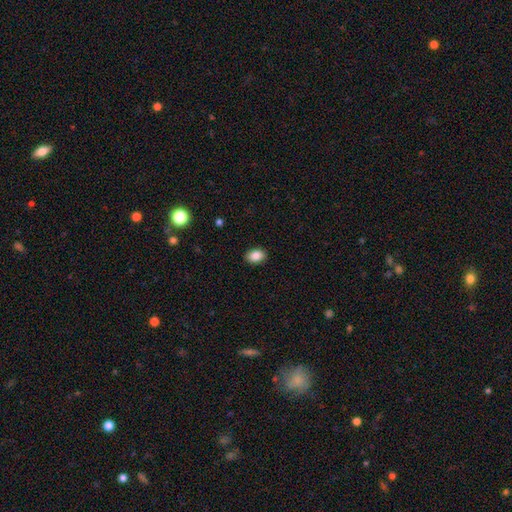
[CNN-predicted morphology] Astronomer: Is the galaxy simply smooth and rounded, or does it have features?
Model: smooth — 86%.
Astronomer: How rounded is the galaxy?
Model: in between — 76%.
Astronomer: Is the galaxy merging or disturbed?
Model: none — 90%.